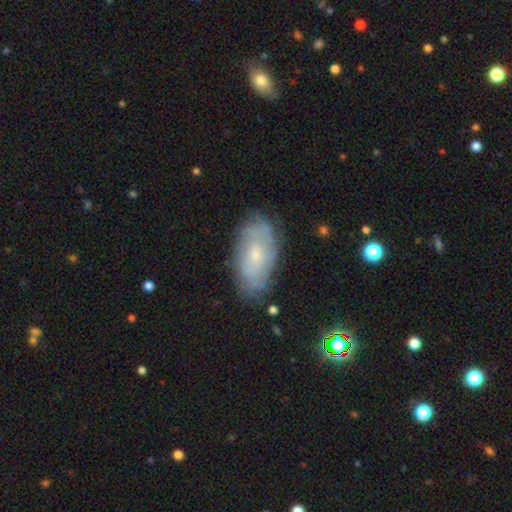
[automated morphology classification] Smooth or featured? Predicted: featured or disk (p=0.52). Edge-on disk? Predicted: no (p=0.91). Merging? Predicted: none (p=0.74).